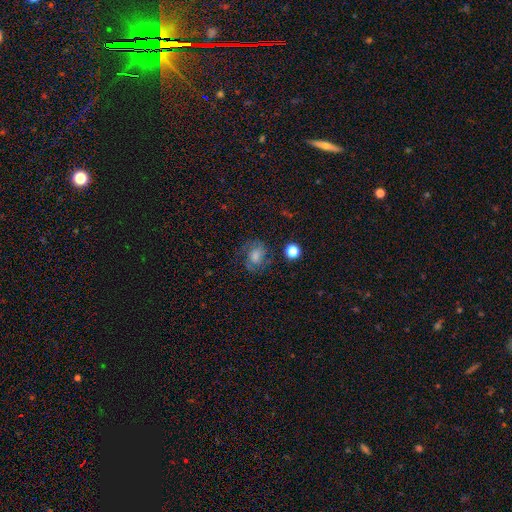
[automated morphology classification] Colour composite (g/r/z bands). It shows a smooth galaxy with no disk features (49%). Merging: none (61%).